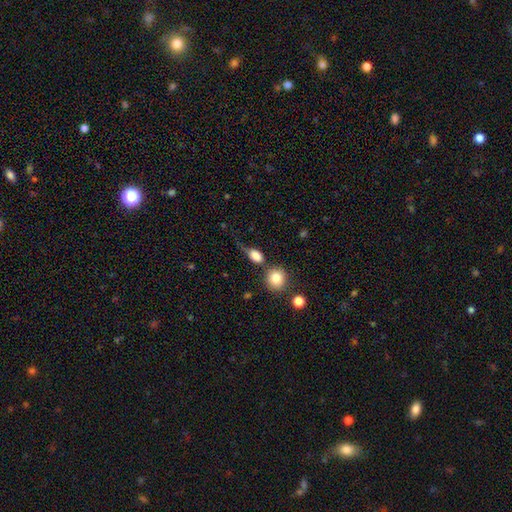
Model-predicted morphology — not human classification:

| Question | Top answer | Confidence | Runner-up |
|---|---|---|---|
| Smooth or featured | smooth | 81% | featured or disk (10%) |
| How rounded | in between | 63% | round (33%) |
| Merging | none | 38% | minor disturbance (26%) |